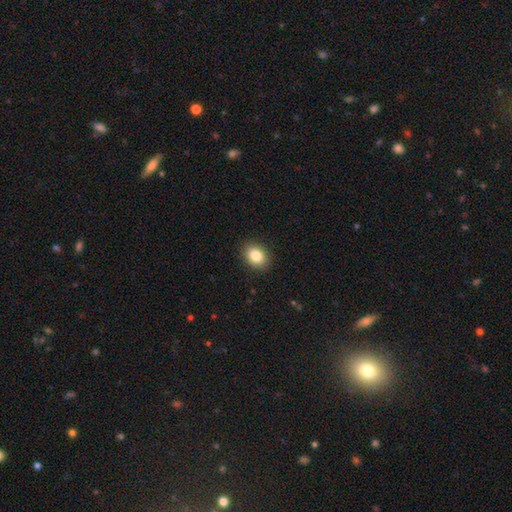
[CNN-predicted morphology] The model was most divided on "how rounded": in between: 62%, round: 37%, cigar-shaped: 1%. More confident: merging — none (89%); smooth or featured — smooth (85%).